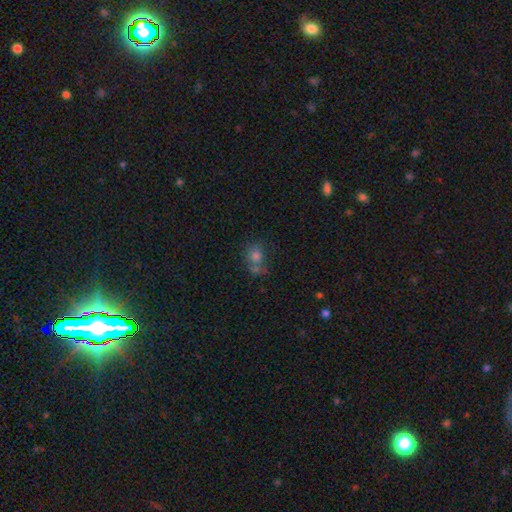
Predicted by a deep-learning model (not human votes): Smooth or featured?
  - smooth: 70% *
  - star or artifact: 16%
  - featured or disk: 14%
How rounded?
  - round: 68% *
  - in between: 31%
  - cigar-shaped: 1%
Merging?
  - none: 44% *
  - merger: 32%
  - minor disturbance: 16%
  - major disturbance: 9%